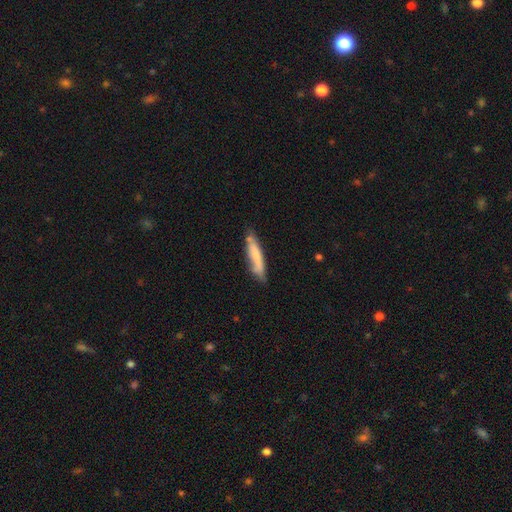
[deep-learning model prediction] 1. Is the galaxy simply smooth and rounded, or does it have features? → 64% smooth, 29% featured or disk, 6% star or artifact.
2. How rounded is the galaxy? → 84% cigar-shaped, 14% in between, 1% round.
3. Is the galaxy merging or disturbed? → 63% none, 26% minor disturbance, 5% merger, 5% major disturbance.